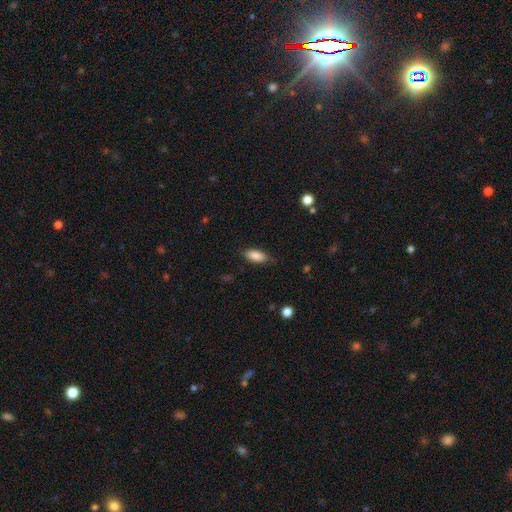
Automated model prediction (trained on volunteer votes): Smooth or featured? Predicted: smooth (p=0.86). How rounded? Predicted: in between (p=0.84). Merging? Predicted: none (p=0.76).